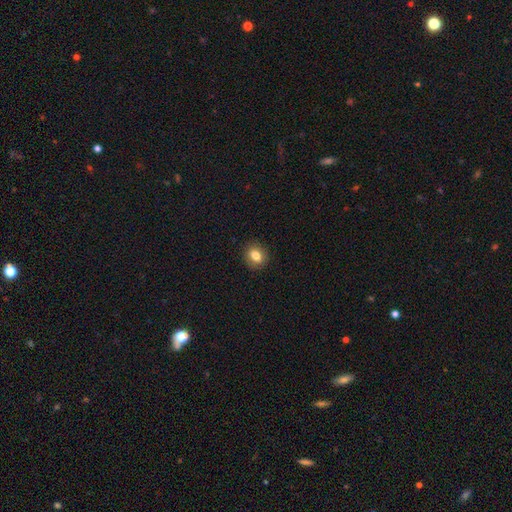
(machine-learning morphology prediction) A smooth galaxy with no disk features (82%) that is round (55%).

Vote fractions:
- Smooth or featured? smooth: 82% / star or artifact: 9% / featured or disk: 9%
- How rounded? round: 55% / in between: 44% / cigar-shaped: 1%
- Merging? none: 89% / minor disturbance: 8% / major disturbance: 2% / merger: 1%